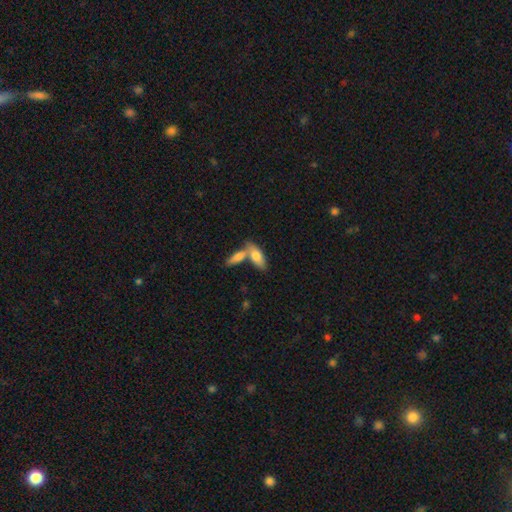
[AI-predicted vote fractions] Smooth or featured?
  - smooth: 77% *
  - featured or disk: 17%
  - star or artifact: 6%
How rounded?
  - in between: 78% *
  - cigar-shaped: 20%
  - round: 3%
Merging?
  - merger: 51% *
  - none: 37%
  - minor disturbance: 9%
  - major disturbance: 3%